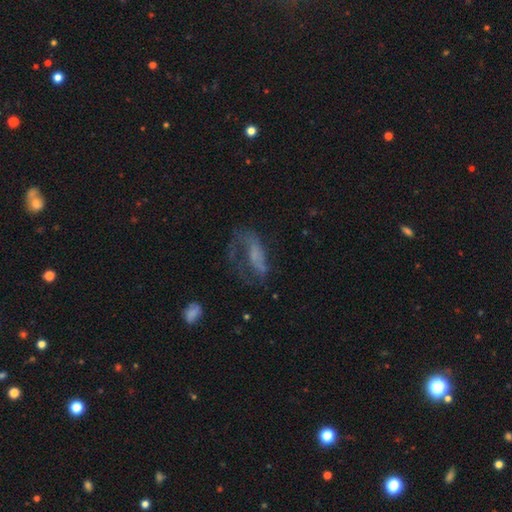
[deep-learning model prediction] The model was most divided on "merging": major disturbance: 45%, none: 33%, minor disturbance: 18%, merger: 4%. More confident: edge-on disk — no (94%); spiral arms — yes (63%); bar — no (61%); smooth or featured — featured or disk (59%); bulge size — none (52%).